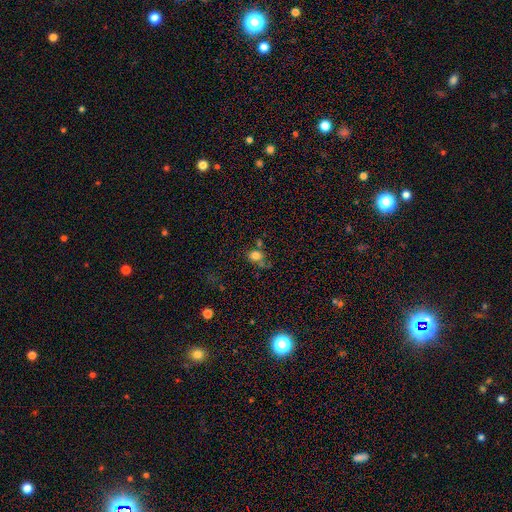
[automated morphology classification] Q: Smooth or featured?
A: smooth (77%); runner-up: star or artifact (14%)
Q: How rounded?
A: round (60%); runner-up: in between (38%)
Q: Merging?
A: none (51%); runner-up: minor disturbance (21%)